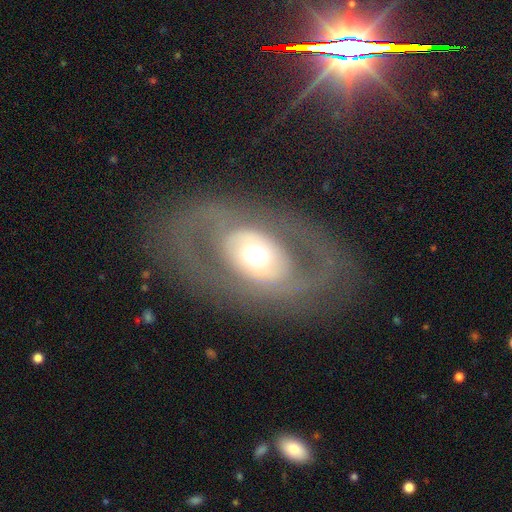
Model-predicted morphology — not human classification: Smooth or featured? featured or disk (61%)
Edge-on disk? no (90%)
Bar? no (80%)
Spiral arms? no (73%)
Bulge size? moderate (48%)
Merging? none (76%)